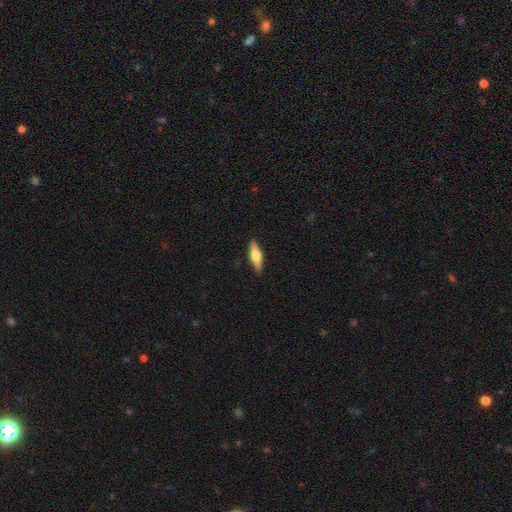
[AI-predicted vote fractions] Smooth or featured? smooth (49%)
Merging? none (89%)